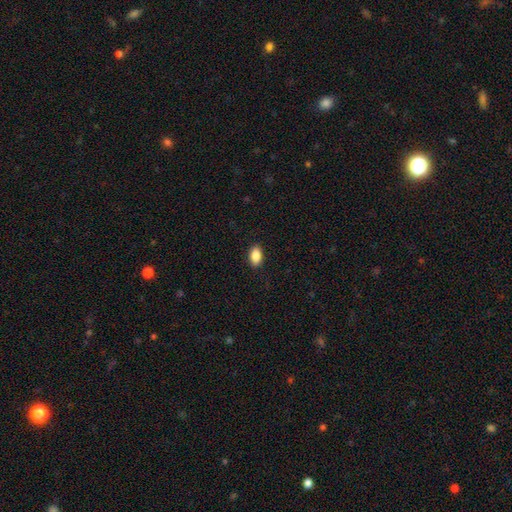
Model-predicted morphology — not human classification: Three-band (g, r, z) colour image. It shows a smooth galaxy with no disk features (88%) that is in between round and cigar-shaped (91%). Merging: none (90%).